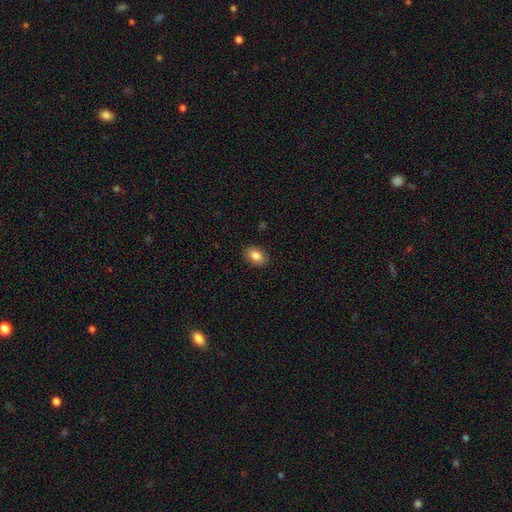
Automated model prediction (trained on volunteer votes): smooth_or_featured: smooth (p=0.85) [alt: star or artifact p=0.08]
how_rounded: in between (p=0.82) [alt: round p=0.17]
merging: none (p=0.88) [alt: minor disturbance p=0.09]